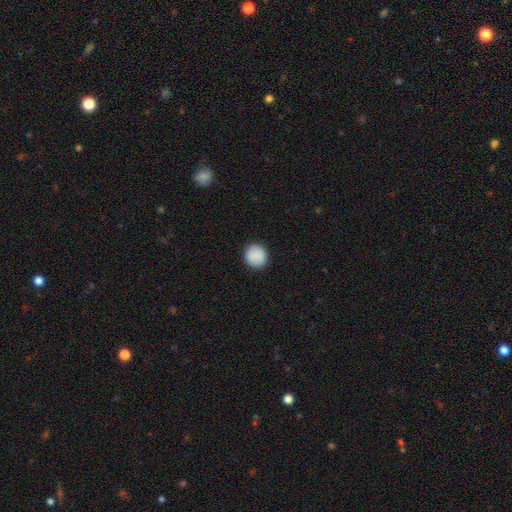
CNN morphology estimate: Smooth or featured: smooth — 90% (star or artifact — 7%)
How rounded: round — 93% (in between — 6%)
Merging: none — 92% (minor disturbance — 5%)